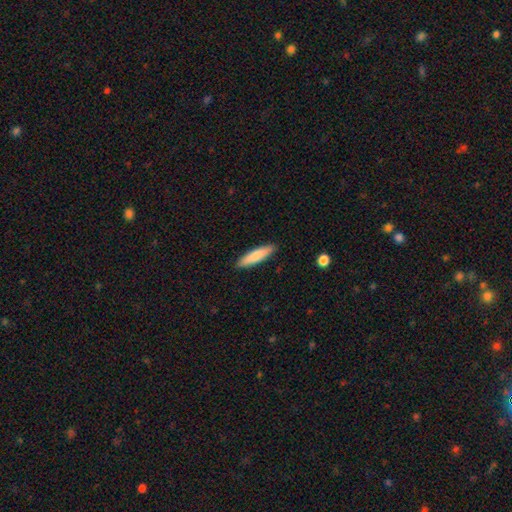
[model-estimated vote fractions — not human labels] smooth 82%, featured or disk 13%, star or artifact 5%. Down the decision tree: how rounded — cigar-shaped (76%); merging — none (90%).